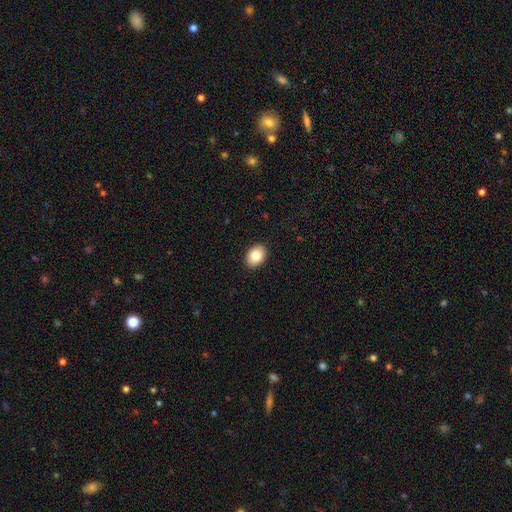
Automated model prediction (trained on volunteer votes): smooth_or_featured: smooth (p=0.84) [alt: featured or disk p=0.08]
how_rounded: in between (p=0.78) [alt: round p=0.21]
merging: none (p=0.91) [alt: minor disturbance p=0.07]